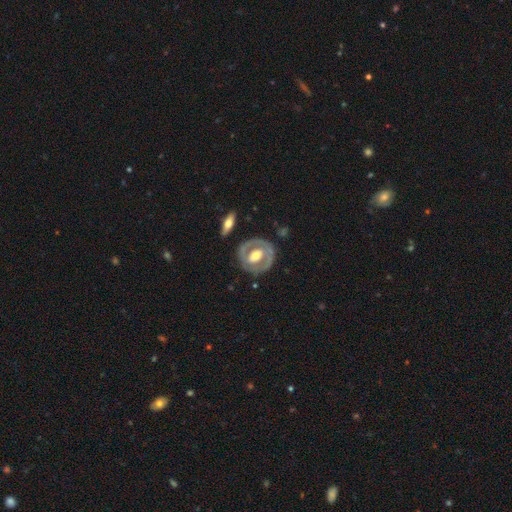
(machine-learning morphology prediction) Q: Smooth or featured?
A: featured or disk (69%); runner-up: smooth (26%)
Q: Edge-on disk?
A: no (95%); runner-up: yes (5%)
Q: Bar?
A: no (47%); runner-up: weak (33%)
Q: Spiral arms?
A: no (64%); runner-up: yes (36%)
Q: Bulge size?
A: moderate (65%); runner-up: large (22%)
Q: Merging?
A: none (77%); runner-up: minor disturbance (14%)